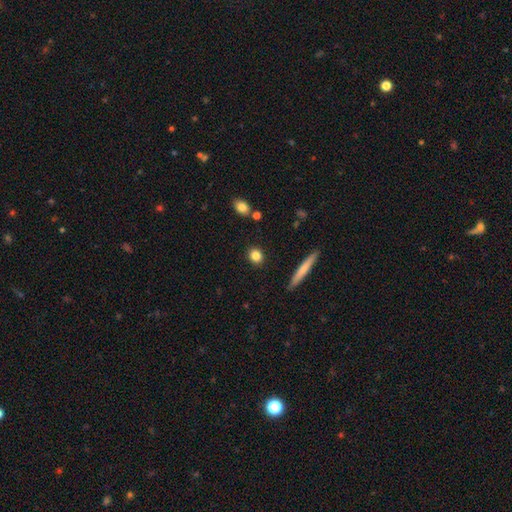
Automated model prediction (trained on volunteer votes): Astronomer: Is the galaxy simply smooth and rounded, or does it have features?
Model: smooth — 83%.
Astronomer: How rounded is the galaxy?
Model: round — 73%.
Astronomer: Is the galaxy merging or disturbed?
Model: none — 90%.